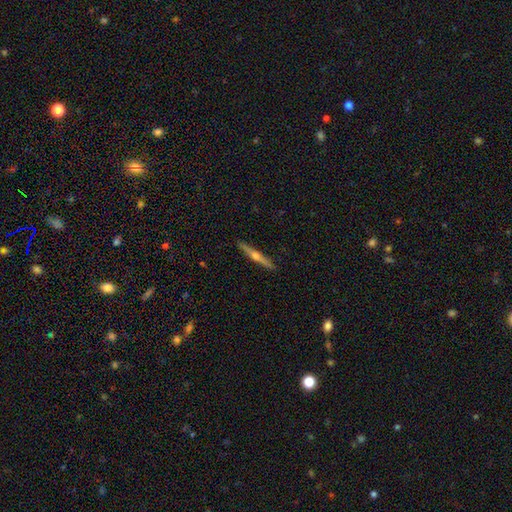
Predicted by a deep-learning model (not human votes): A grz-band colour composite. It shows a featured or disk galaxy (69%) viewed edge-on (98%) with a rounded central bulge (92%). Merging: none (92%).